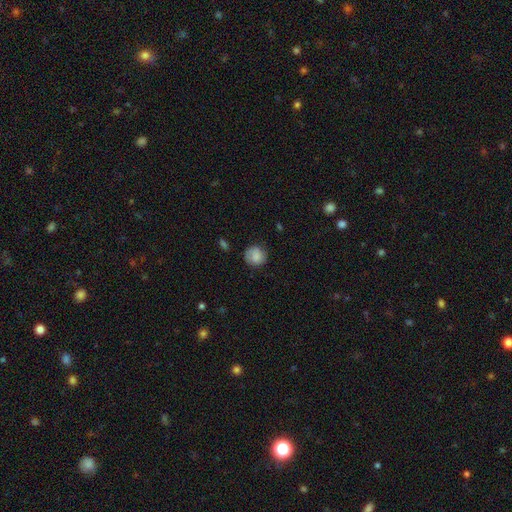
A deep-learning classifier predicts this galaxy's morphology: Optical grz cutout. It shows a smooth galaxy with no disk features (81%) that is round (85%). Merging: none (75%).